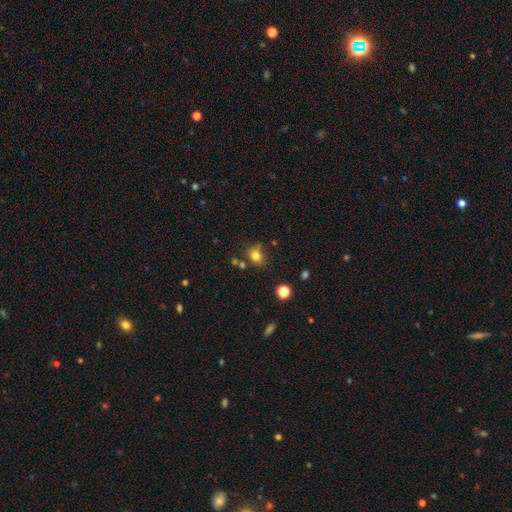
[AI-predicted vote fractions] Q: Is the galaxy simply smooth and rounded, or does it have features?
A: smooth — 78%.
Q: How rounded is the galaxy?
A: round — 53%.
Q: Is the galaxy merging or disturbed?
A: none — 55%.